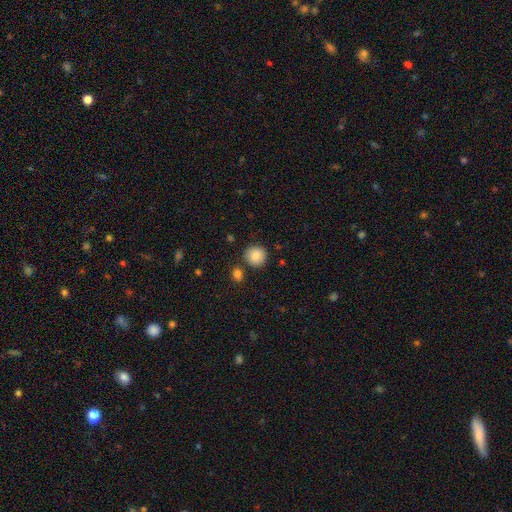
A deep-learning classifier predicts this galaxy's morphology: This is clearly a smooth galaxy (86%). How rounded: clearly round (93%). Merging: clearly none (84%).